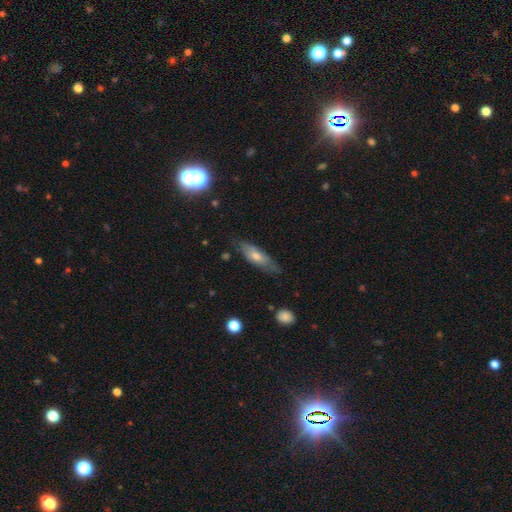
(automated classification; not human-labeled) This is possibly a smooth galaxy (46%). Merging: likely none (75%).